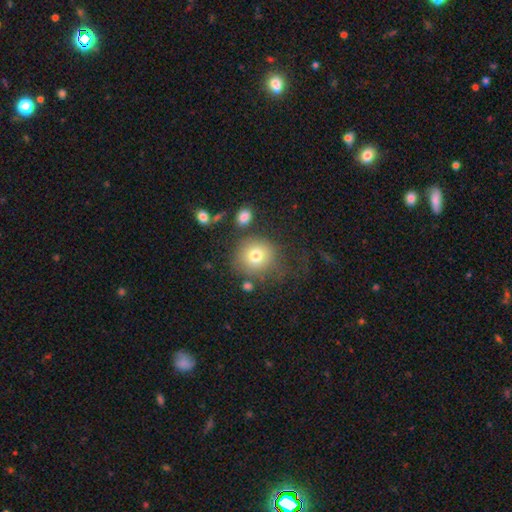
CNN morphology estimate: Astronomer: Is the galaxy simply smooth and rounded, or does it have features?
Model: smooth — 76%.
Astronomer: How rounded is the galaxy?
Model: round — 88%.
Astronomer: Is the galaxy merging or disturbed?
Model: none — 66%.